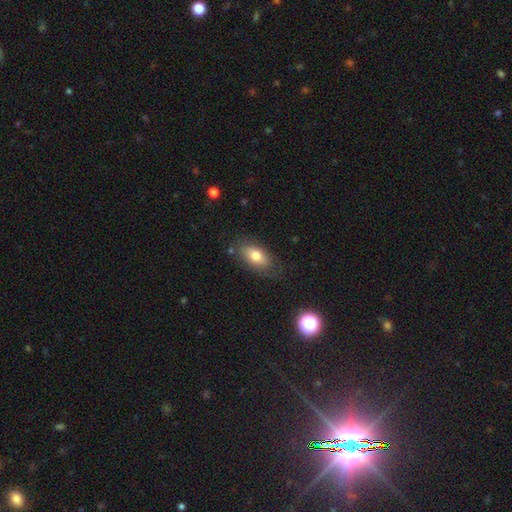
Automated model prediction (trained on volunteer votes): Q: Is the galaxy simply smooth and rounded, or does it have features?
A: smooth — 75%.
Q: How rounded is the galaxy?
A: in between — 88%.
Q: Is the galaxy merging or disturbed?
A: none — 75%.